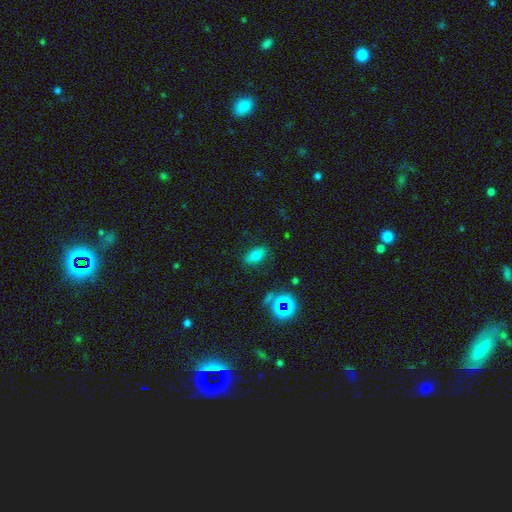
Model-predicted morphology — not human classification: This appears to be a smooth galaxy with no disk features (67%) that is in between round and cigar-shaped (87%). Merging: none (82%).